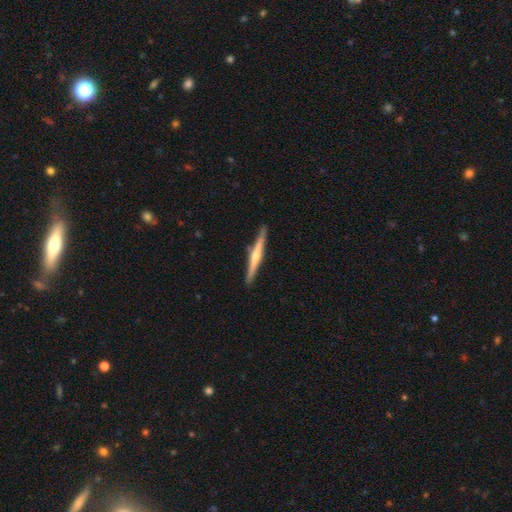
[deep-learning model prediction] Smooth or featured? featured or disk (68%)
Edge-on disk? yes (98%)
Edge-on bulge? rounded (76%)
Merging? none (89%)